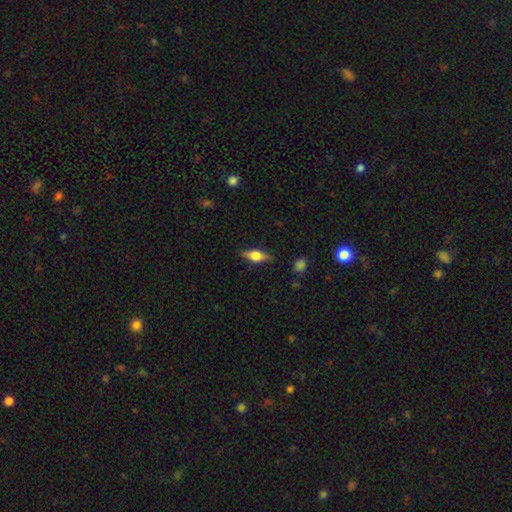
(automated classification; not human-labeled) smooth-or-featured: smooth: 48% | featured or disk: 44% | star or artifact: 8%
  merging: none: 82% | minor disturbance: 13% | major disturbance: 3% | merger: 1%